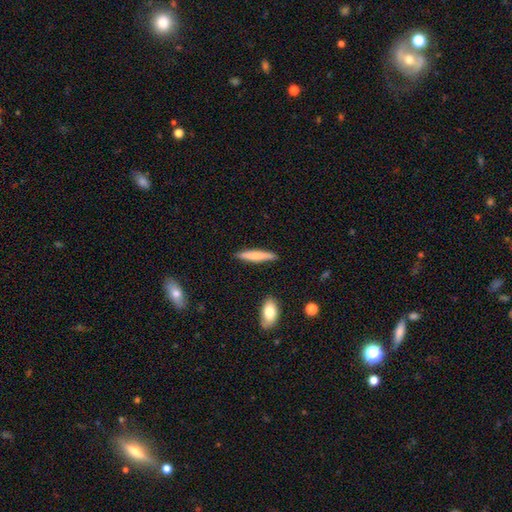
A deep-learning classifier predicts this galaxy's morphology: This is likely a smooth galaxy (72%). How rounded: clearly cigar-shaped (90%). Merging: clearly none (87%).